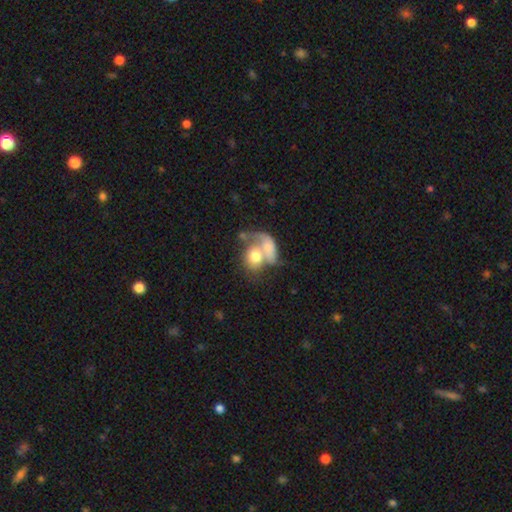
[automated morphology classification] This is likely a smooth galaxy (60%). How rounded: possibly in between (54%). Merging: likely merger (66%).